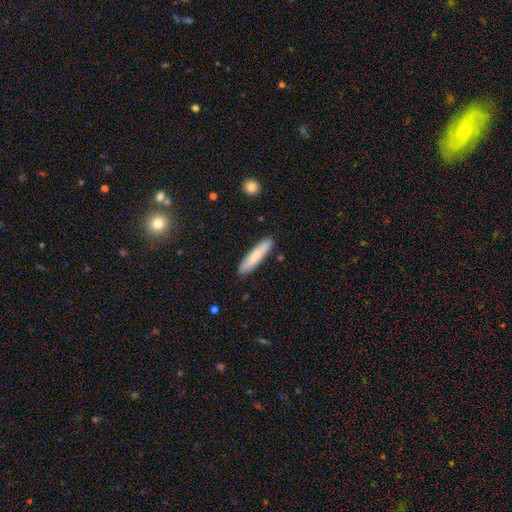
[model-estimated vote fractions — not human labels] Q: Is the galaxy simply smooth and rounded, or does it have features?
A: smooth — 75%.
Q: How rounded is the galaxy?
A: cigar-shaped — 83%.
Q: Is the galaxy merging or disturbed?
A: none — 88%.